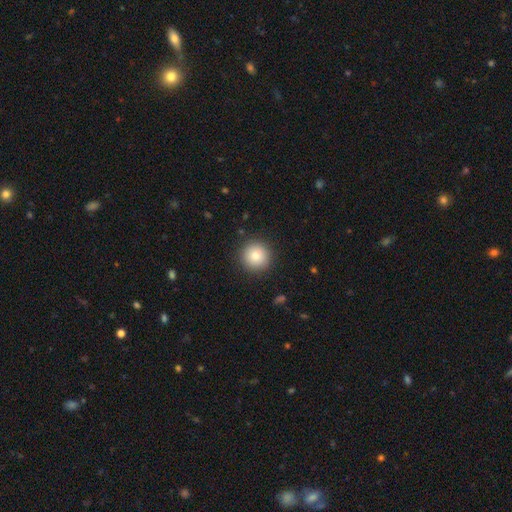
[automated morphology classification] Smooth or featured: smooth — 83% (star or artifact — 9%)
How rounded: round — 95% (in between — 4%)
Merging: none — 91% (minor disturbance — 6%)